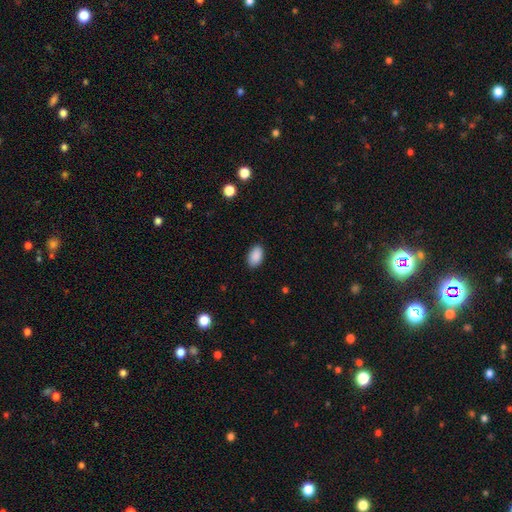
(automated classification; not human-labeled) This is clearly a smooth galaxy (90%). How rounded: clearly in between (92%). Merging: clearly none (87%).